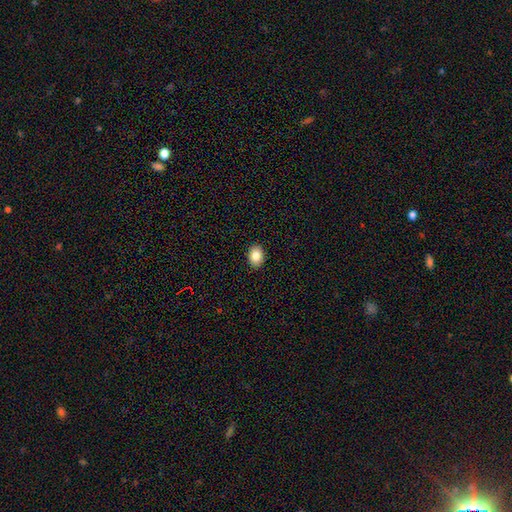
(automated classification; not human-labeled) smooth-or-featured: smooth: 84% | star or artifact: 9% | featured or disk: 8%
  how-rounded: in between: 66% | round: 33% | cigar-shaped: 1%
  merging: none: 91% | minor disturbance: 6% | major disturbance: 2% | merger: 1%